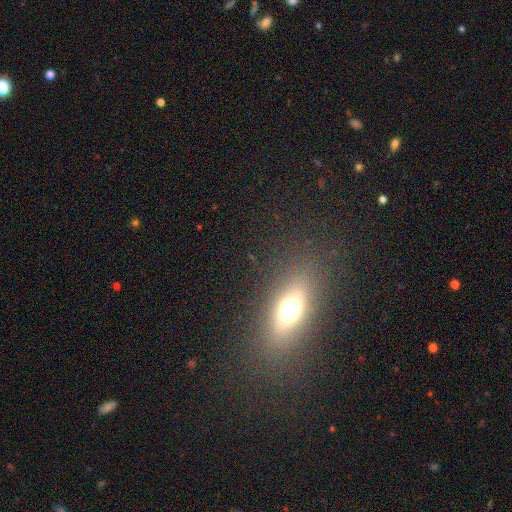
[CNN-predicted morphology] type=smooth (58%); roundness=in between (62%); merging=none (86%).